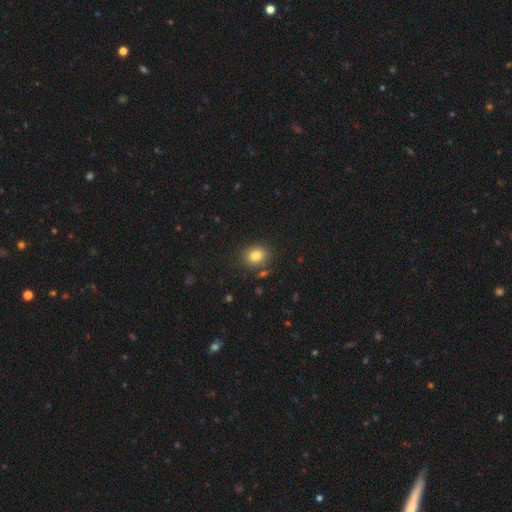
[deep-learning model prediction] This is clearly a smooth galaxy (82%). How rounded: likely round (61%). Merging: clearly none (84%).